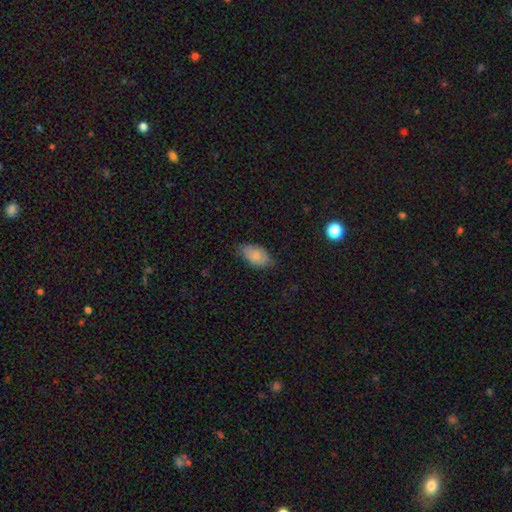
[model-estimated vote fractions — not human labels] smooth_or_featured: smooth (p=0.81) [alt: featured or disk p=0.12]
how_rounded: in between (p=0.93) [alt: round p=0.05]
merging: none (p=0.69) [alt: minor disturbance p=0.25]